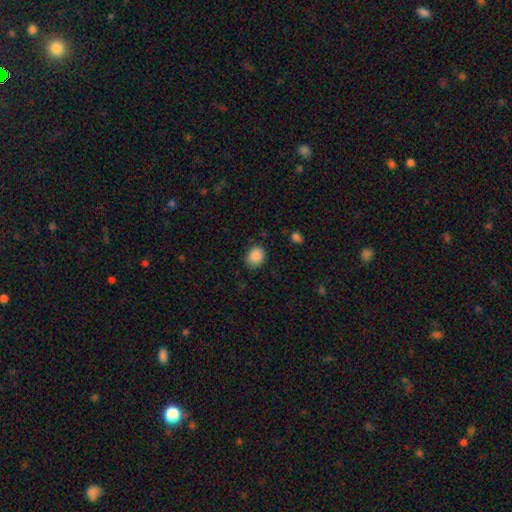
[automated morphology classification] type=smooth (88%); roundness=round (57%); merging=none (83%).